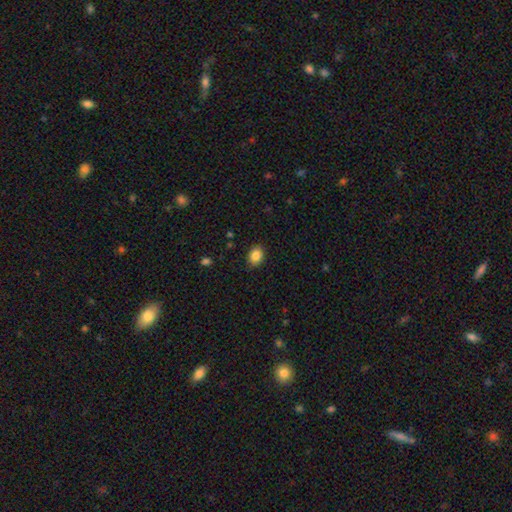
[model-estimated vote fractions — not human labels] This is clearly a smooth galaxy (86%). How rounded: likely in between (66%). Merging: clearly none (88%).